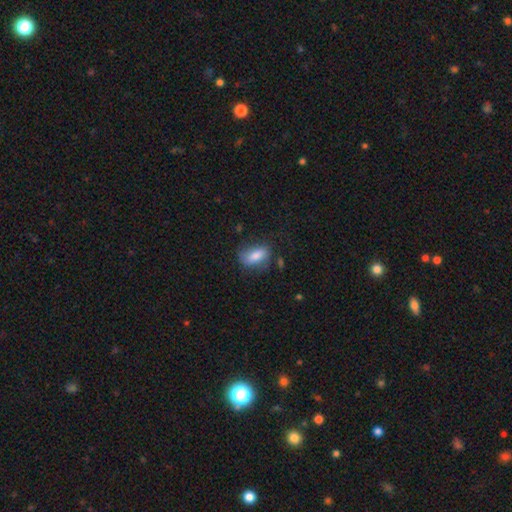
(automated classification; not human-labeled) smooth_or_featured: smooth (p=0.74) [alt: featured or disk p=0.19]
how_rounded: in between (p=0.84) [alt: cigar-shaped p=0.09]
merging: none (p=0.61) [alt: minor disturbance p=0.24]